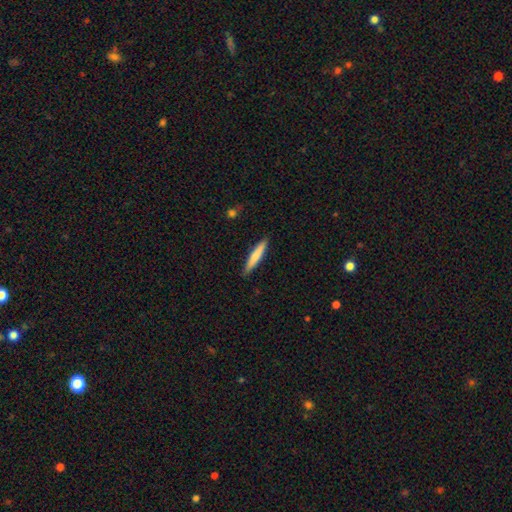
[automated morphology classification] Smooth or featured?
  - smooth: 72% *
  - featured or disk: 22%
  - star or artifact: 5%
How rounded?
  - cigar-shaped: 92% *
  - in between: 7%
  - round: 1%
Merging?
  - none: 89% *
  - minor disturbance: 8%
  - major disturbance: 2%
  - merger: 1%